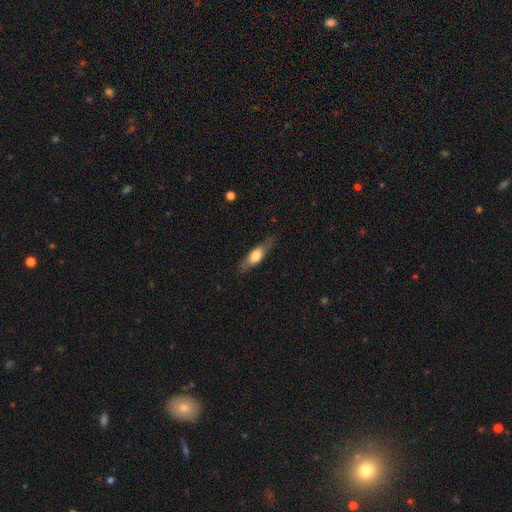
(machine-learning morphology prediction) smooth_or_featured: smooth (p=0.53) [alt: featured or disk p=0.41]
how_rounded: in between (p=0.51) [alt: cigar-shaped p=0.45]
merging: none (p=0.80) [alt: minor disturbance p=0.15]